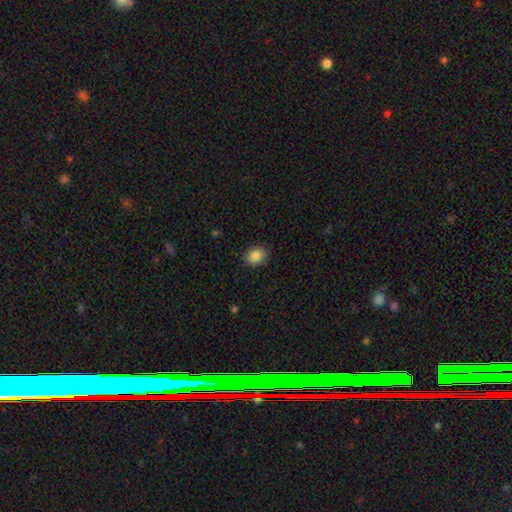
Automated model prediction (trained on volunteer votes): This appears to be a smooth galaxy with no disk features (86%) that is round (58%). Merging: none (88%).